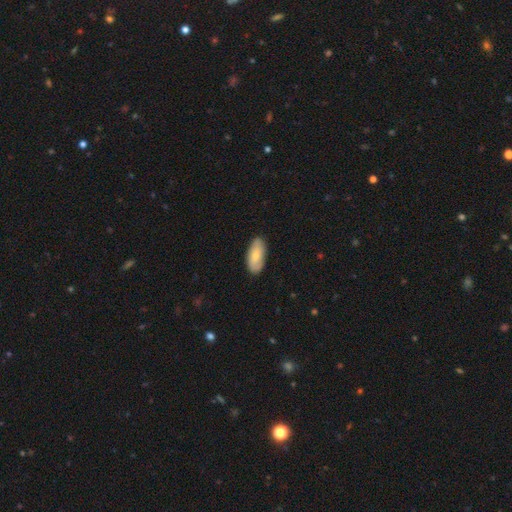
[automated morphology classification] smooth_or_featured: smooth (p=0.71) [alt: featured or disk p=0.23]
how_rounded: in between (p=0.90) [alt: cigar-shaped p=0.08]
merging: none (p=0.85) [alt: minor disturbance p=0.12]